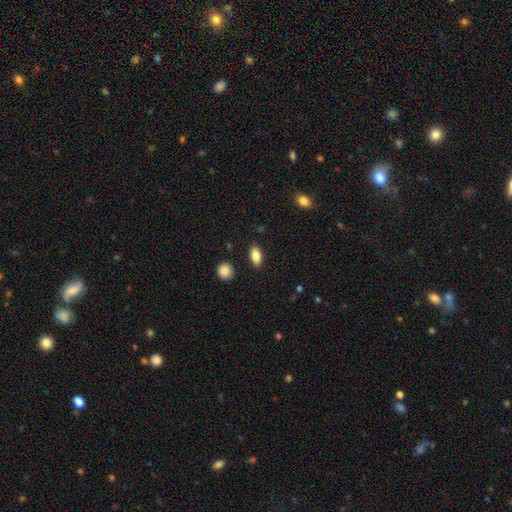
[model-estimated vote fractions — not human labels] This appears to be a smooth galaxy with no disk features (83%) that is in between round and cigar-shaped (88%). Merging: none (88%).